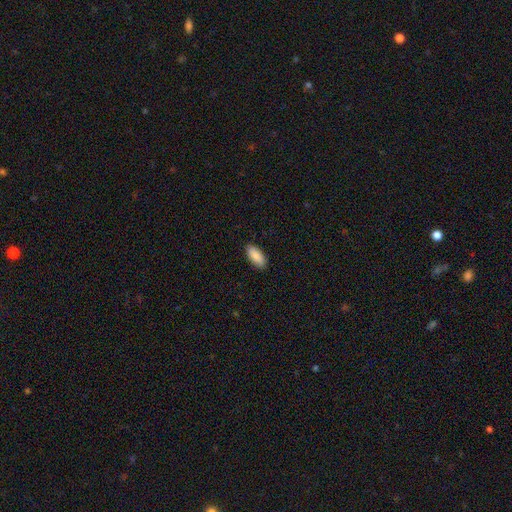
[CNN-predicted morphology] Smooth or featured? smooth (89%)
How rounded? in between (88%)
Merging? none (90%)